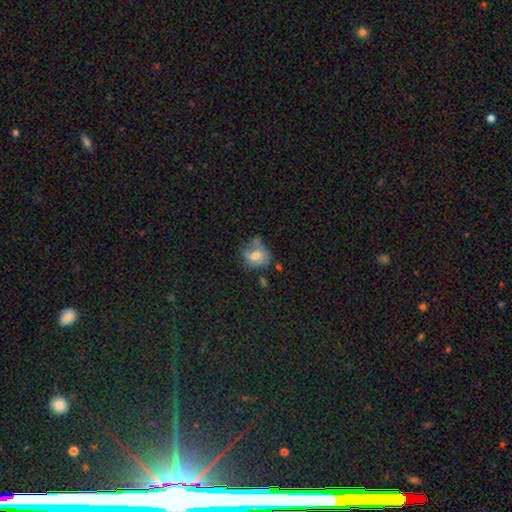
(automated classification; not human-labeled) smooth 57%, featured or disk 31%, star or artifact 11%. Down the decision tree: how rounded — round (61%); merging — none (42%).